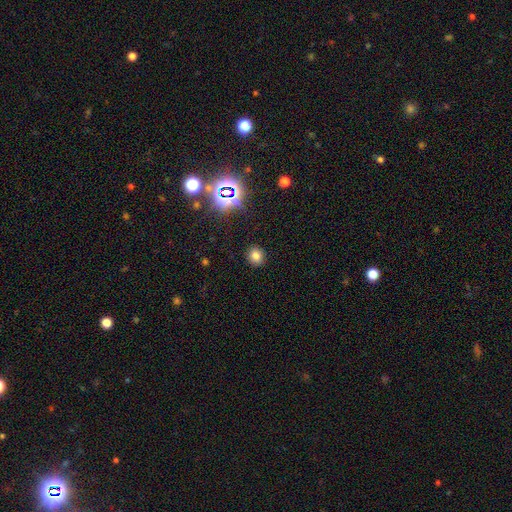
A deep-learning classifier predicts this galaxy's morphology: type=smooth (77%); roundness=round (70%); merging=none (89%).